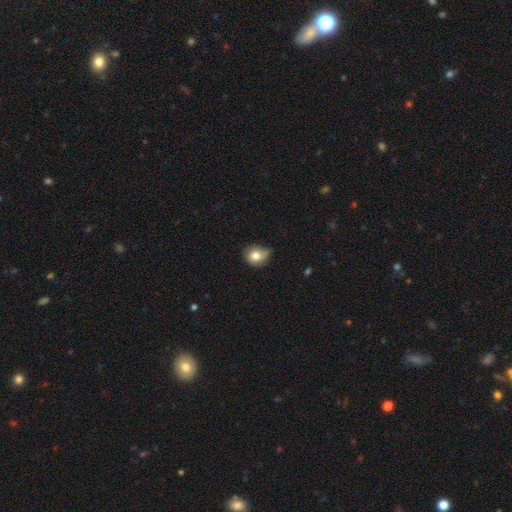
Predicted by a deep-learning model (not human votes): Smooth or featured? smooth (77%)
How rounded? round (69%)
Merging? none (46%)